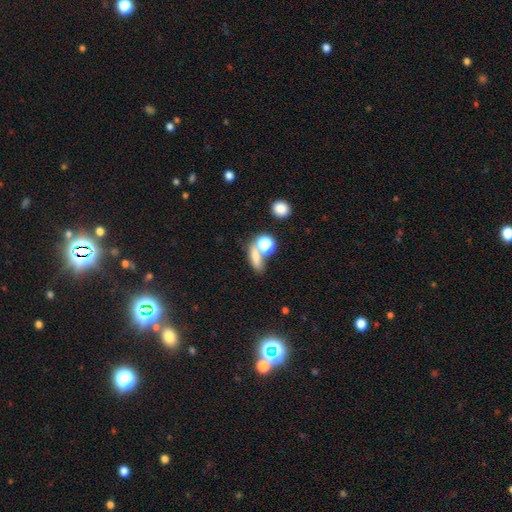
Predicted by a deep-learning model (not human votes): This is likely a smooth galaxy (69%). How rounded: marginally in between (42%). Merging: possibly none (56%).